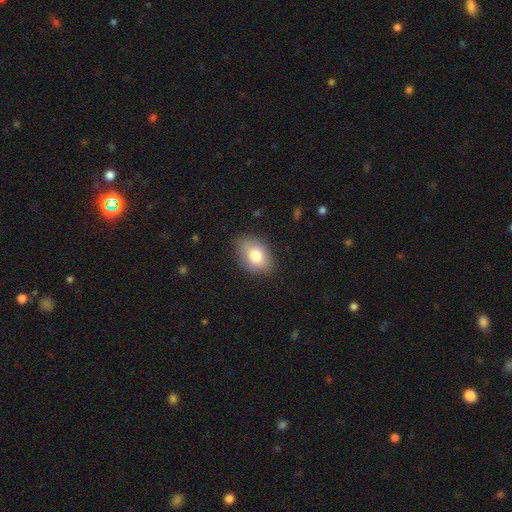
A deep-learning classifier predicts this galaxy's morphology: Smooth or featured? Predicted: smooth (p=0.80). How rounded? Predicted: in between (p=0.80). Merging? Predicted: none (p=0.79).